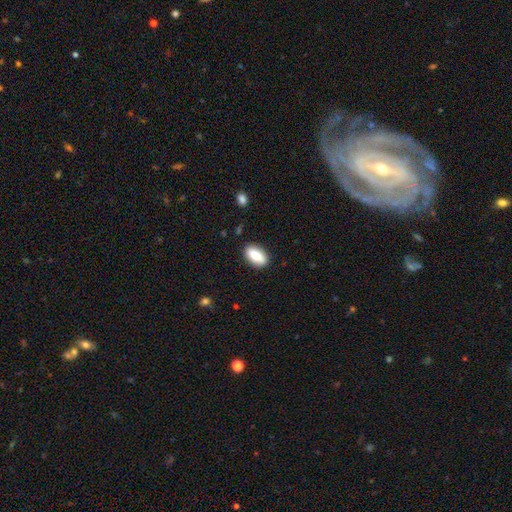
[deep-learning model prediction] Smooth or featured?
  - smooth: 82% *
  - featured or disk: 11%
  - star or artifact: 7%
How rounded?
  - in between: 91% *
  - cigar-shaped: 5%
  - round: 4%
Merging?
  - none: 87% *
  - minor disturbance: 9%
  - major disturbance: 2%
  - merger: 1%